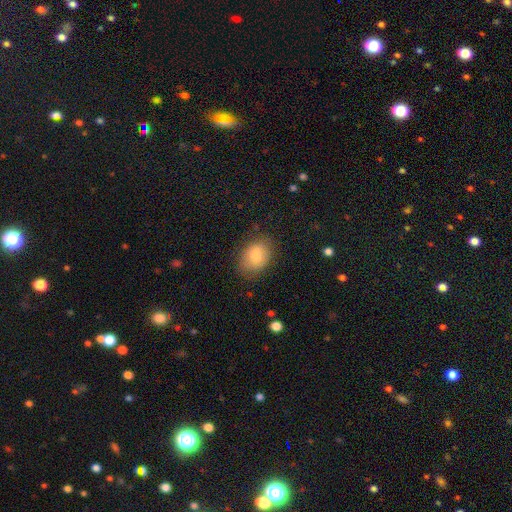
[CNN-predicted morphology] Smooth or featured? smooth (76%)
How rounded? in between (75%)
Merging? none (79%)